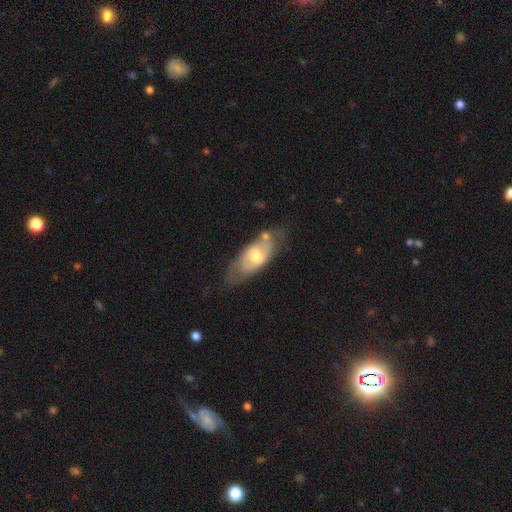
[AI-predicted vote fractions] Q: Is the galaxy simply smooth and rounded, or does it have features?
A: featured or disk — 53%.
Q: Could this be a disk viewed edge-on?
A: no — 82%.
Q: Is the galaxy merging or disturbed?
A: none — 57%.